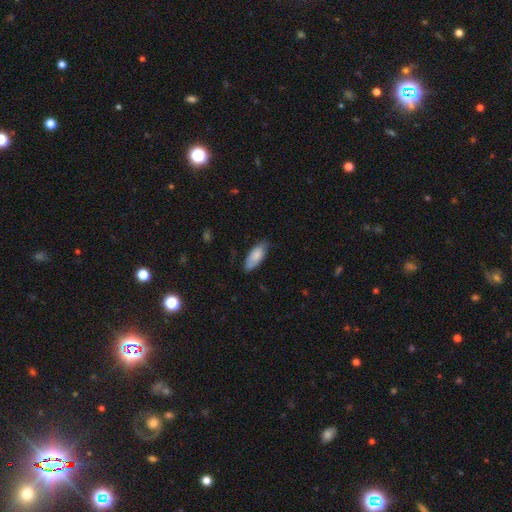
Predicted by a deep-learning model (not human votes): Smooth or featured? smooth (81%)
How rounded? in between (83%)
Merging? none (72%)